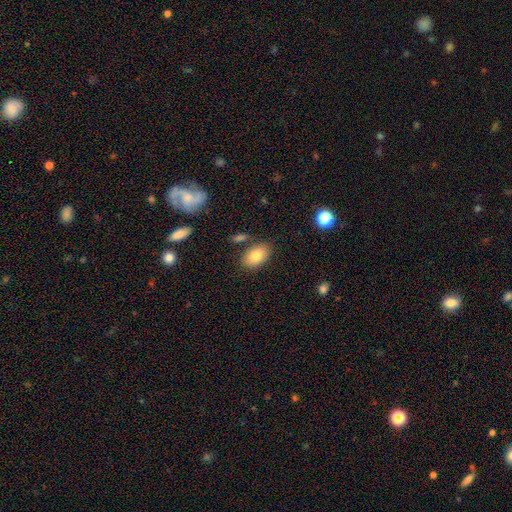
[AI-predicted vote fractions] smooth-or-featured: smooth: 82% | featured or disk: 11% | star or artifact: 8%
  how-rounded: in between: 90% | round: 9% | cigar-shaped: 1%
  merging: none: 78% | minor disturbance: 12% | merger: 6% | major disturbance: 3%